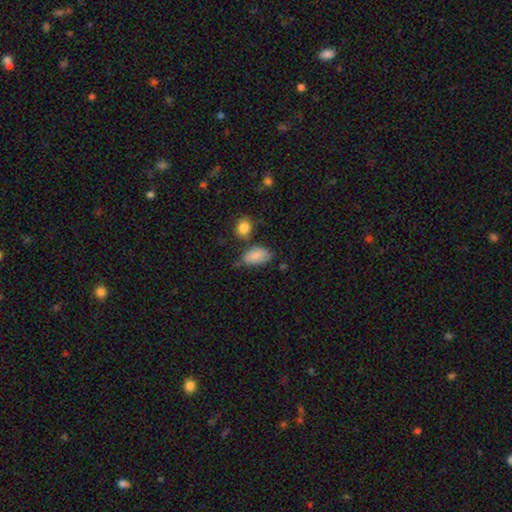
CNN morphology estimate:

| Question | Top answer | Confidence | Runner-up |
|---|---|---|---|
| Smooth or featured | smooth | 81% | featured or disk (12%) |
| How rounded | in between | 92% | round (6%) |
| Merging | none | 53% | minor disturbance (29%) |